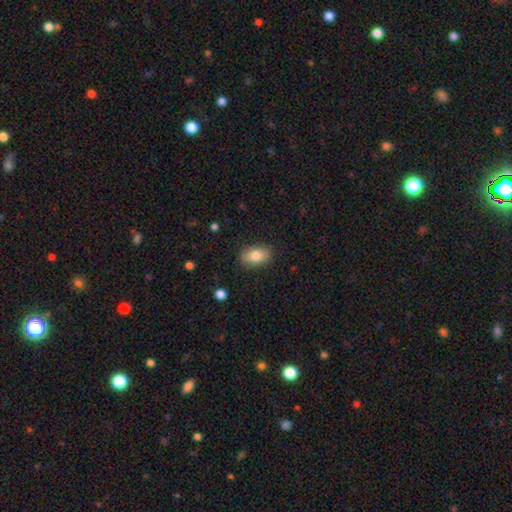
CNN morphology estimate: Smooth or featured?
  - smooth: 80% *
  - featured or disk: 12%
  - star or artifact: 8%
How rounded?
  - in between: 87% *
  - round: 11%
  - cigar-shaped: 2%
Merging?
  - none: 86% *
  - minor disturbance: 10%
  - major disturbance: 3%
  - merger: 1%